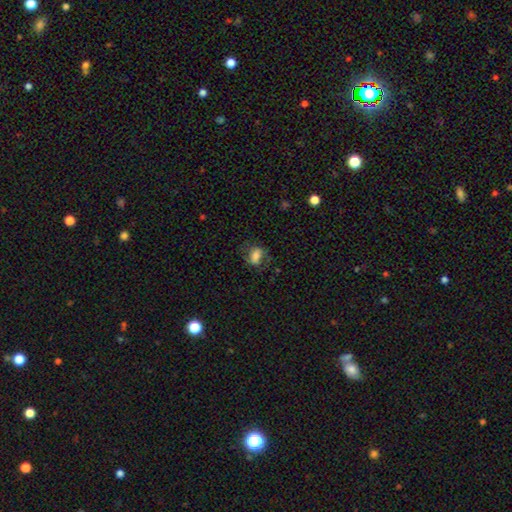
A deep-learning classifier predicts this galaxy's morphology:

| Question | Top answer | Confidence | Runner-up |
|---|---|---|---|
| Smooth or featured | smooth | 71% | featured or disk (19%) |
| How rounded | in between | 78% | round (18%) |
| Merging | none | 61% | minor disturbance (23%) |